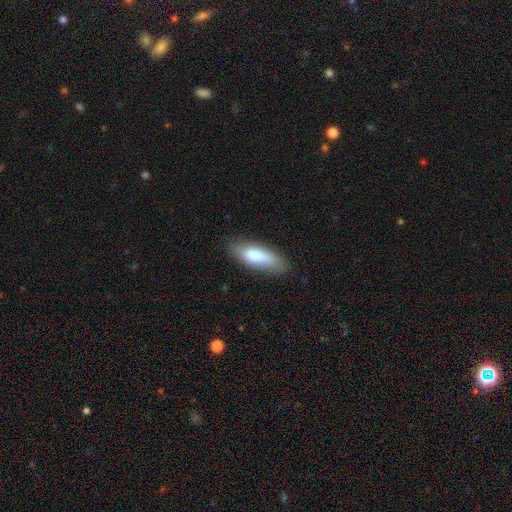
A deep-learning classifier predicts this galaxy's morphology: type=smooth (79%); roundness=in between (60%); merging=none (77%).